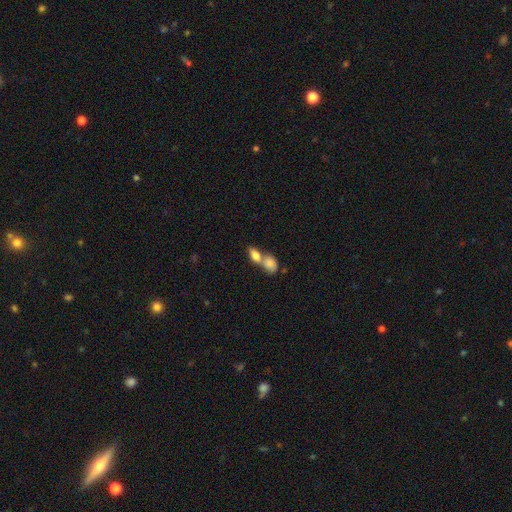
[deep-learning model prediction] Smooth or featured?
  - smooth: 79% *
  - featured or disk: 13%
  - star or artifact: 7%
How rounded?
  - in between: 81% *
  - round: 12%
  - cigar-shaped: 6%
Merging?
  - merger: 65% *
  - none: 25%
  - minor disturbance: 7%
  - major disturbance: 3%